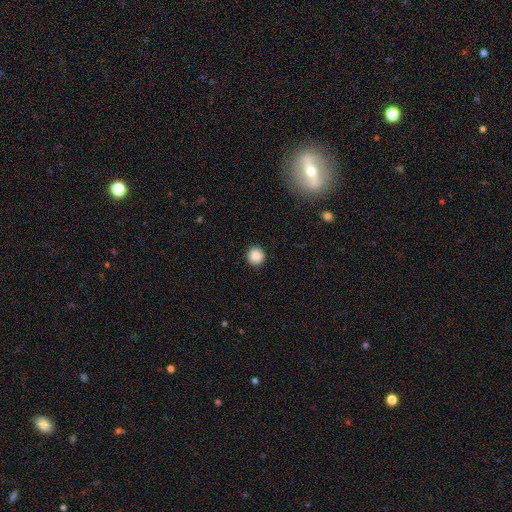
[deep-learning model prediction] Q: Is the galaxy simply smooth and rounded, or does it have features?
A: smooth — 88%.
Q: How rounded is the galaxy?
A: round — 93%.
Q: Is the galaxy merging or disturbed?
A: none — 91%.